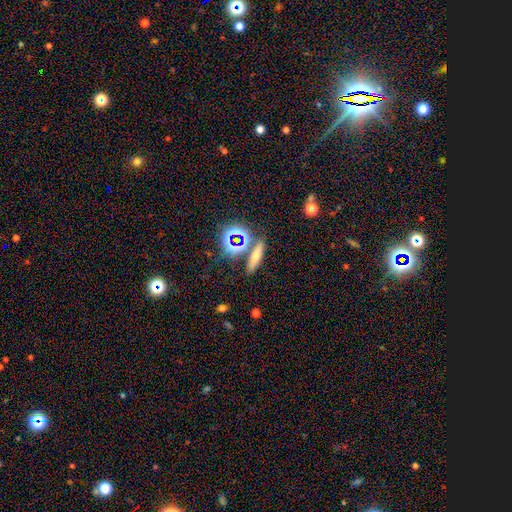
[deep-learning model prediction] This appears to be a smooth galaxy with no disk features (54%) that is cigar-shaped (62%). Merging: none (76%).